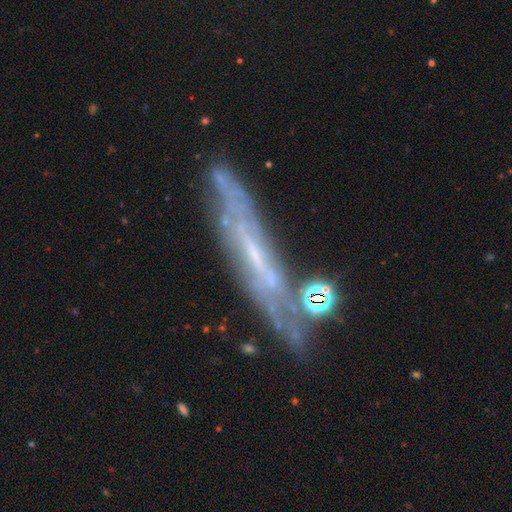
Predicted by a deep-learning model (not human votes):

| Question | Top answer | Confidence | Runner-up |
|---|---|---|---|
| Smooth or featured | featured or disk | 75% | smooth (15%) |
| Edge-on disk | no | 51% | yes (49%) |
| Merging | none | 60% | minor disturbance (20%) |